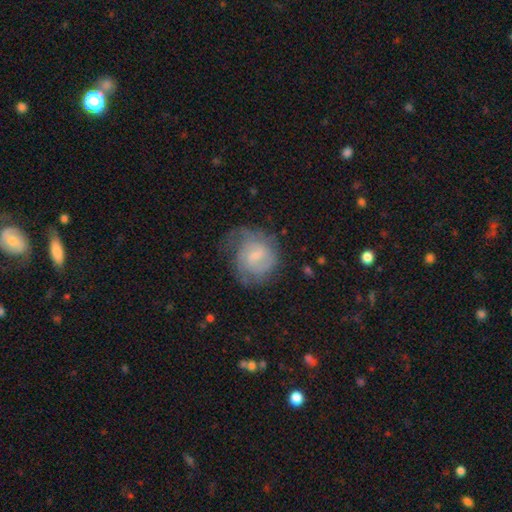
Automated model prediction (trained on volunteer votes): A featured or disk galaxy (57%) with a weak bar (56%), spiral arms (80%) and a small central bulge (44%).

Vote fractions:
- Smooth or featured? featured or disk: 57% / smooth: 35% / star or artifact: 8%
- Edge-on disk? no: 98% / yes: 2%
- Bar? weak: 56% / no: 33% / strong: 11%
- Spiral arms? yes: 80% / no: 20%
- Bulge size? small: 44% / moderate: 29% / none: 21% / large: 4% / dominant: 1%
- Merging? none: 50% / minor disturbance: 27% / major disturbance: 21% / merger: 2%